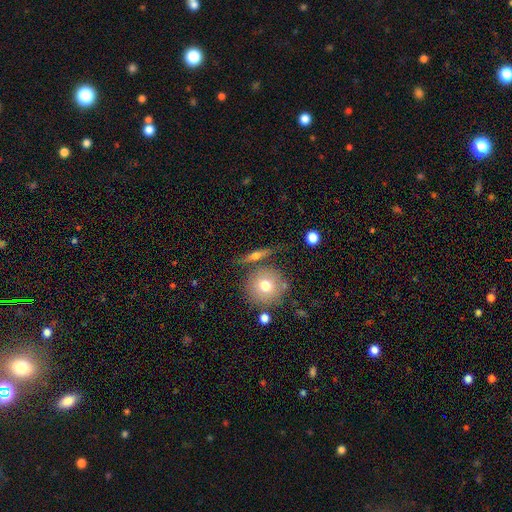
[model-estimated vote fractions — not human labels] Smooth or featured? Predicted: featured or disk (p=0.49). Merging? Predicted: none (p=0.75).